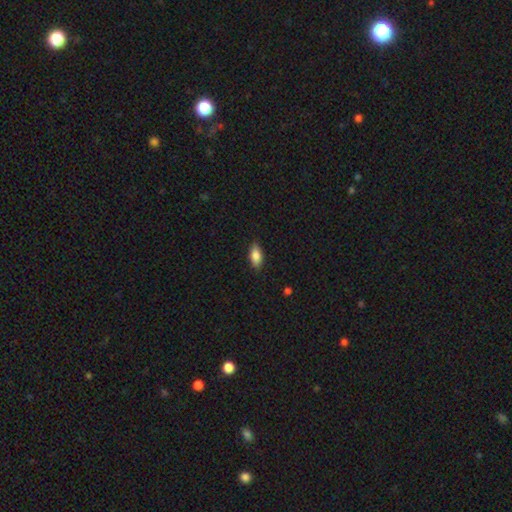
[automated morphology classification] A smooth galaxy with no disk features (83%) that is in between round and cigar-shaped (85%).

Vote fractions:
- Smooth or featured? smooth: 83% / featured or disk: 10% / star or artifact: 7%
- How rounded? in between: 85% / cigar-shaped: 12% / round: 3%
- Merging? none: 86% / minor disturbance: 11% / major disturbance: 2% / merger: 1%